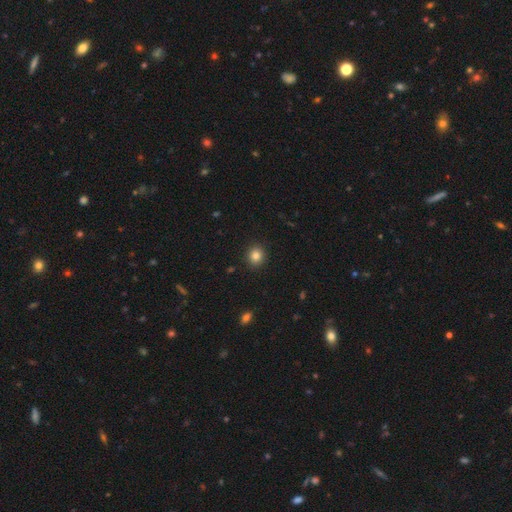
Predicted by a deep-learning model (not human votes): Smooth or featured: smooth — 83% (star or artifact — 11%)
How rounded: round — 81% (in between — 19%)
Merging: none — 91% (minor disturbance — 6%)